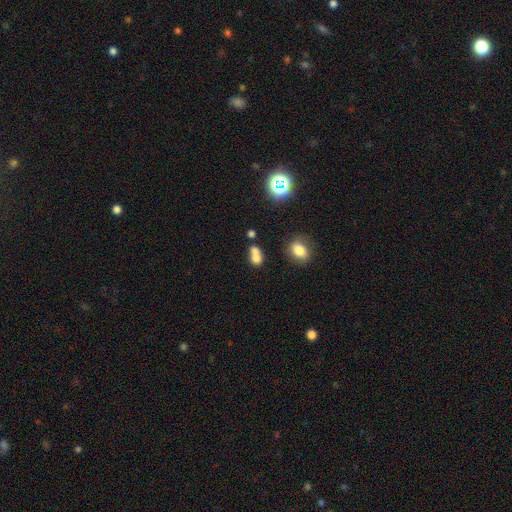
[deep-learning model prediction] Q: Smooth or featured?
A: smooth (70%); runner-up: featured or disk (16%)
Q: How rounded?
A: round (50%); runner-up: in between (48%)
Q: Merging?
A: merger (61%); runner-up: none (26%)